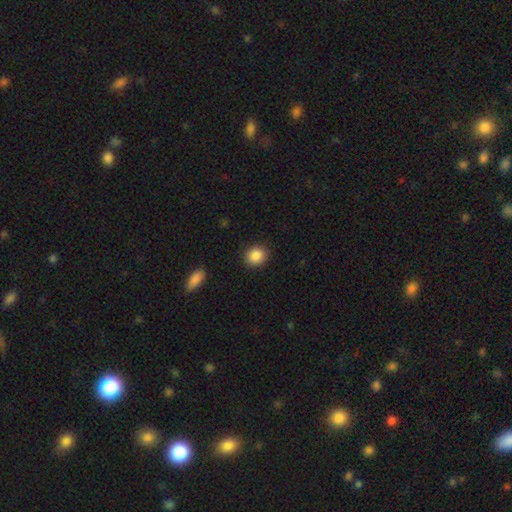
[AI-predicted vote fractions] Overall: smooth (88%). How rounded: round (75%). Merging: none (90%).